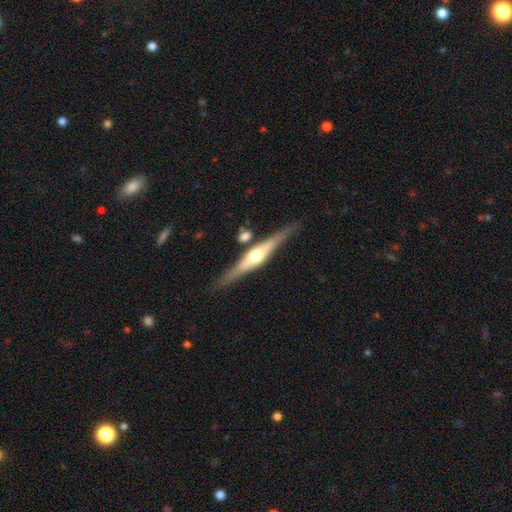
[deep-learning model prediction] Smooth or featured?
  - featured or disk: 75% *
  - smooth: 20%
  - star or artifact: 5%
Edge-on disk?
  - yes: 97% *
  - no: 3%
Edge-on bulge?
  - rounded: 91% *
  - boxy: 7%
  - none: 3%
Merging?
  - none: 80% *
  - minor disturbance: 11%
  - merger: 7%
  - major disturbance: 3%